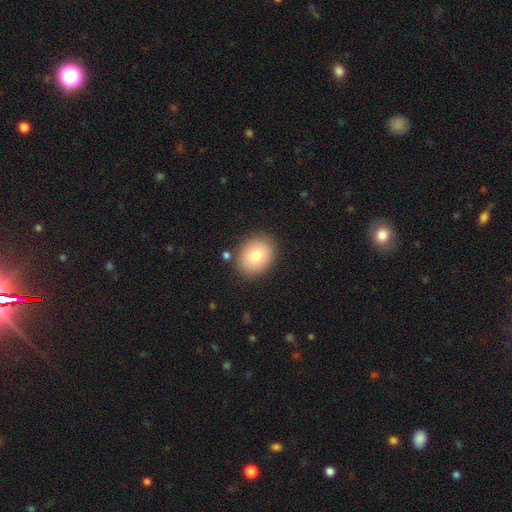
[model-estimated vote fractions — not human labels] Smooth or featured? Predicted: smooth (p=0.77). How rounded? Predicted: round (p=0.51). Merging? Predicted: none (p=0.85).